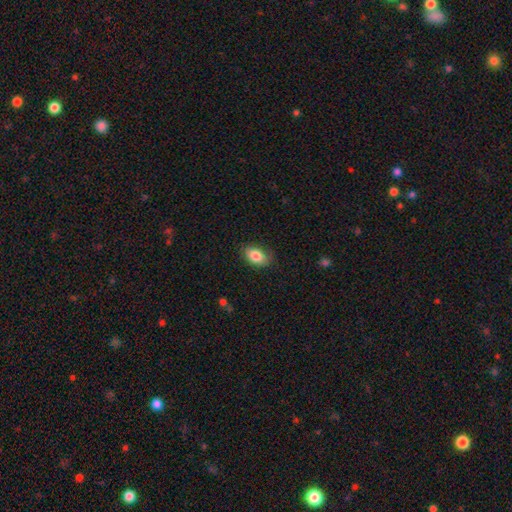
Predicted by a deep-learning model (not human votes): Smooth or featured: smooth — 85% (featured or disk — 8%)
How rounded: in between — 89% (round — 9%)
Merging: none — 80% (minor disturbance — 16%)